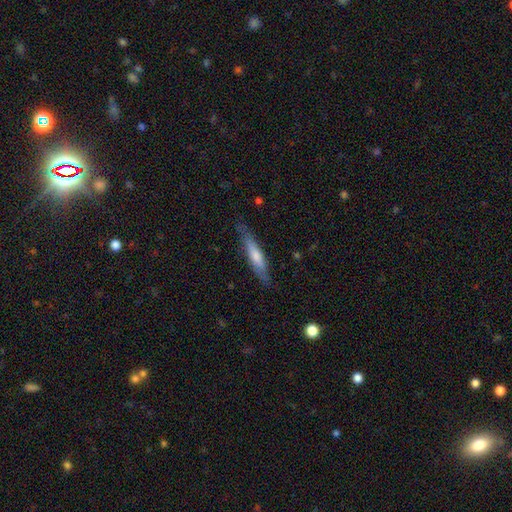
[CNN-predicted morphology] type=smooth (53%); roundness=cigar-shaped (88%); merging=none (81%).